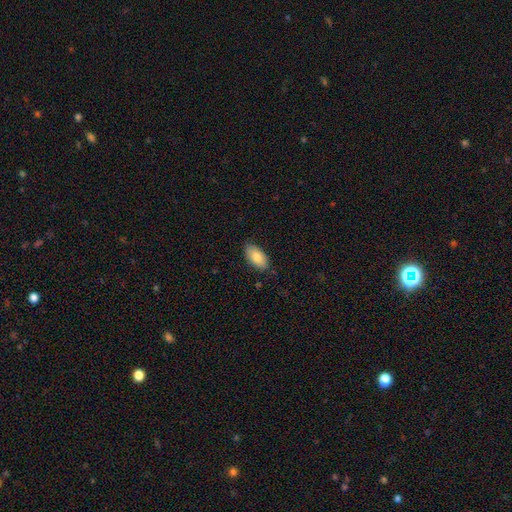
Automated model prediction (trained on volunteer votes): Smooth or featured? smooth (84%)
How rounded? in between (93%)
Merging? none (85%)